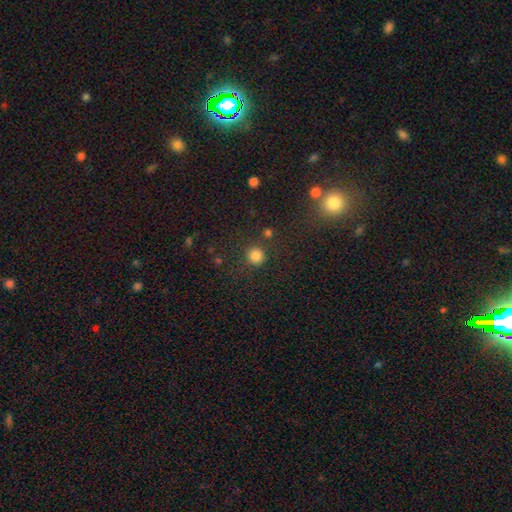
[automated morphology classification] A smooth galaxy with no disk features (83%) that is round (93%).

Vote fractions:
- Smooth or featured? smooth: 83% / star or artifact: 13% / featured or disk: 4%
- How rounded? round: 93% / in between: 6% / cigar-shaped: 1%
- Merging? none: 83% / minor disturbance: 8% / merger: 5% / major disturbance: 4%